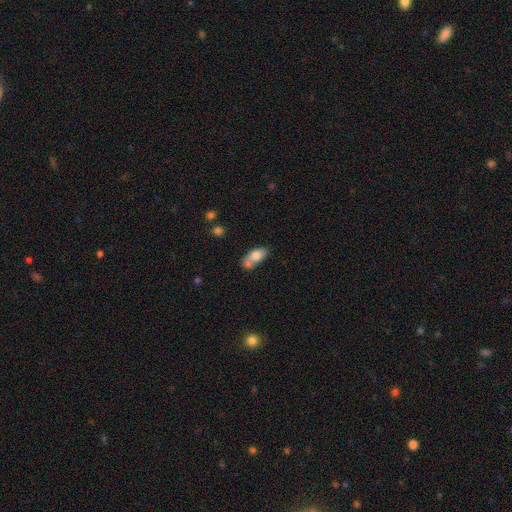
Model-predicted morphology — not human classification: Overall: smooth (72%). How rounded: in between (85%). Merging: merger (41%; none 33%).